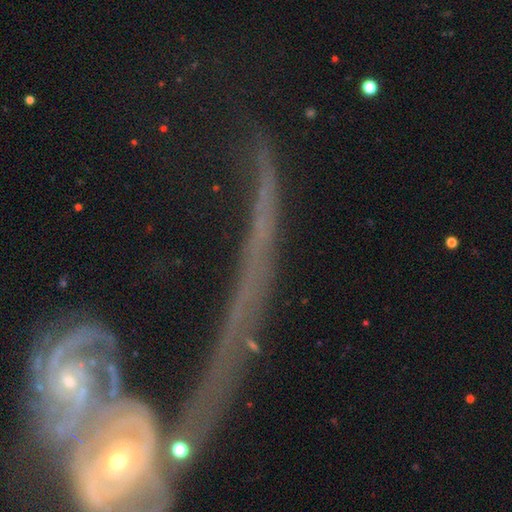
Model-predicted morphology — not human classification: Overall: star or artifact (53%; featured or disk 31%).